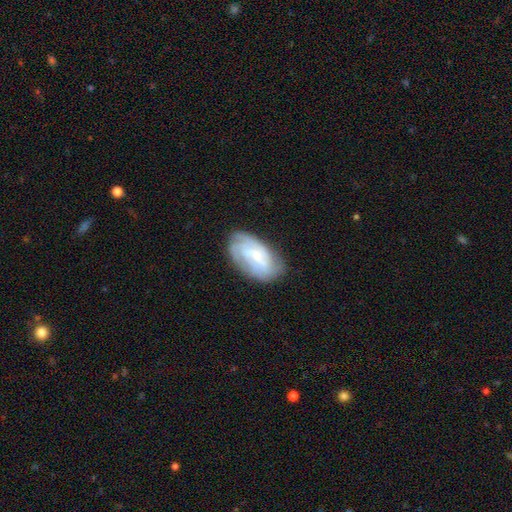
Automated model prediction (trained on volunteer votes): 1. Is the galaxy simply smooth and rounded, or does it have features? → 71% featured or disk, 22% smooth, 7% star or artifact.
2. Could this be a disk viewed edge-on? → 96% no, 4% yes.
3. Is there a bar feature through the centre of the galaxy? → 47% weak, 37% no, 15% strong.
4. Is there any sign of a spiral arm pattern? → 87% yes, 13% no.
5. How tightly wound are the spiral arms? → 55% tight, 34% medium, 11% loose.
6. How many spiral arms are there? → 41% can't tell, 22% 2, 19% 3, 10% 4, 4% 1, 4% more than 4.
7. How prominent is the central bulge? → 64% small, 25% moderate, 7% none, 2% large, 1% dominant.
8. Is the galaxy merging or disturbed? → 71% none, 20% minor disturbance, 7% major disturbance, 2% merger.